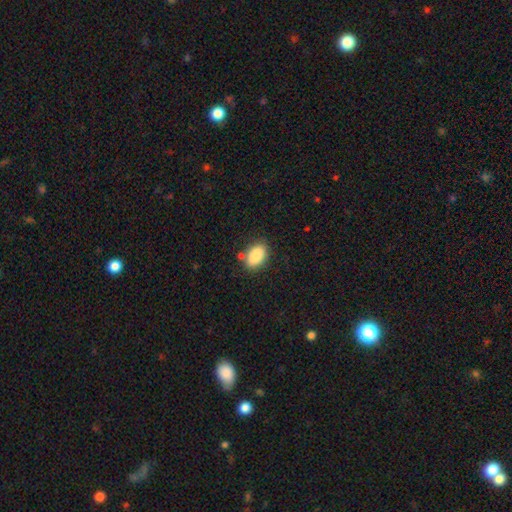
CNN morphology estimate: smooth-or-featured: smooth: 86% | star or artifact: 7% | featured or disk: 6%
  how-rounded: in between: 90% | round: 8% | cigar-shaped: 2%
  merging: none: 78% | minor disturbance: 13% | merger: 6% | major disturbance: 3%